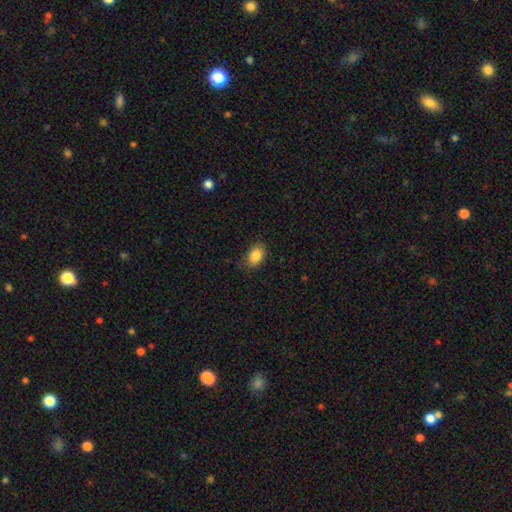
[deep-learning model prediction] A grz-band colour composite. It shows a smooth galaxy with no disk features (87%) that is in between round and cigar-shaped (84%). Merging: none (77%).